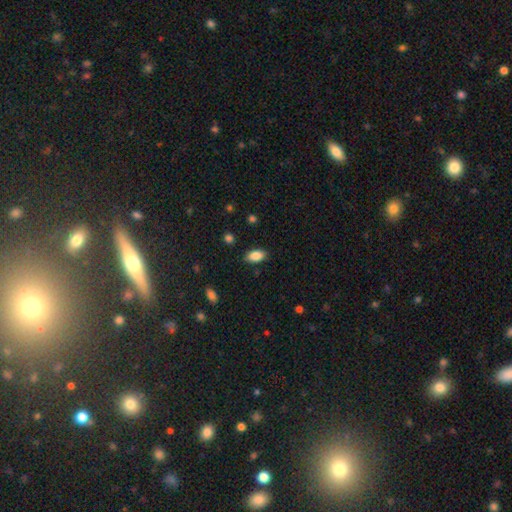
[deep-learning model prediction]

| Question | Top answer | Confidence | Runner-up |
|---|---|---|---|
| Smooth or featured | smooth | 86% | star or artifact (8%) |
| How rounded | in between | 92% | round (4%) |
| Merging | none | 87% | minor disturbance (10%) |